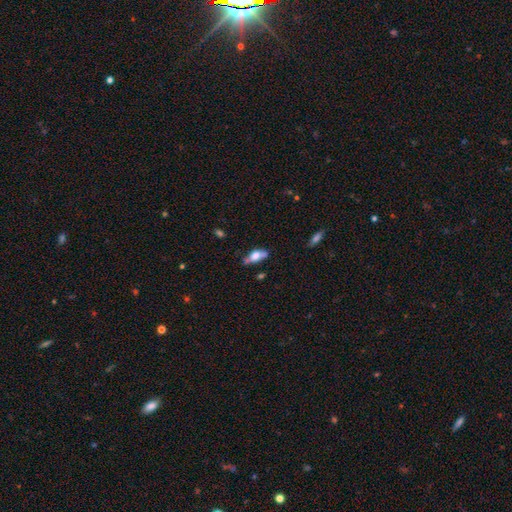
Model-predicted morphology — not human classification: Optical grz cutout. It shows a smooth galaxy with no disk features (59%) that is in between round and cigar-shaped (78%). Merging: none (51%).